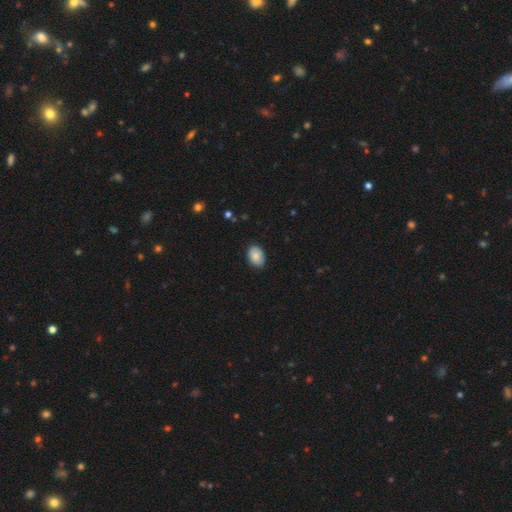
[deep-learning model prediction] This appears to be a smooth galaxy with no disk features (82%) that is in between round and cigar-shaped (80%). Merging: none (81%).